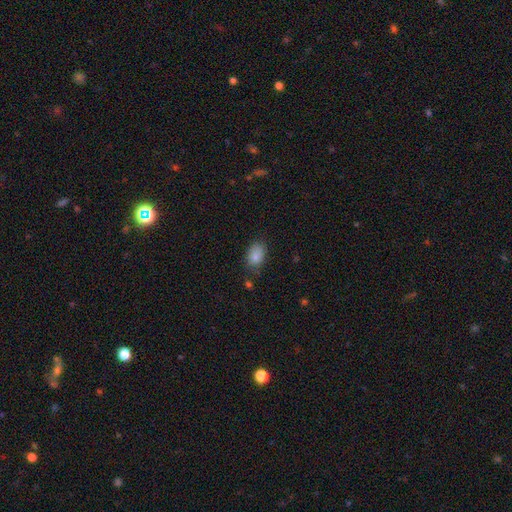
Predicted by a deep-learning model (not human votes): Smooth or featured? smooth (84%)
How rounded? in between (83%)
Merging? none (73%)